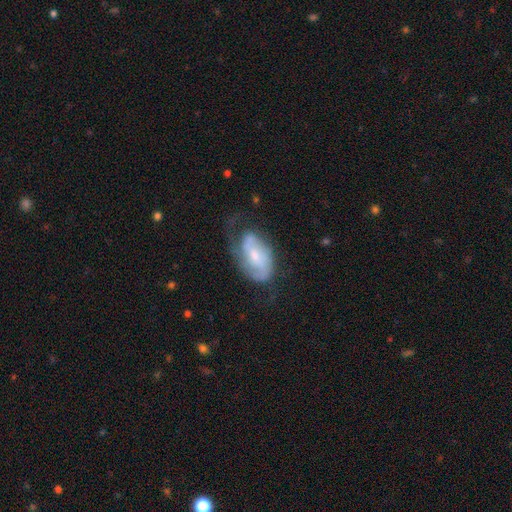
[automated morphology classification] A featured or disk galaxy (70%) with a weak bar (43%, tied with no), 2 (56%) medium (42%) spiral arms (87%) and a small central bulge (49%).

Vote fractions:
- Smooth or featured? featured or disk: 70% / smooth: 23% / star or artifact: 7%
- Edge-on disk? no: 95% / yes: 5%
- Bar? weak: 43% (tied) / no: 43% (tied) / strong: 14%
- Spiral arms? yes: 87% / no: 13%
- Spiral winding? medium: 42% / tight: 34% / loose: 24%
- Spiral arm count? 2: 56% / can't tell: 22% / 1: 14% / 3: 5% / 4: 2% / more than 4: 2%
- Bulge size? small: 49% / moderate: 39% / none: 6% / large: 5% / dominant: 1%
- Merging? none: 47% / minor disturbance: 26% / major disturbance: 24% / merger: 2%